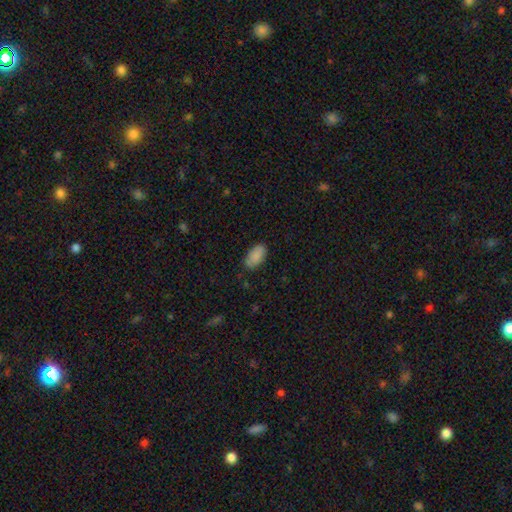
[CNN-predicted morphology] Q: Smooth or featured?
A: smooth (87%); runner-up: star or artifact (7%)
Q: How rounded?
A: in between (94%); runner-up: round (3%)
Q: Merging?
A: none (82%); runner-up: minor disturbance (14%)